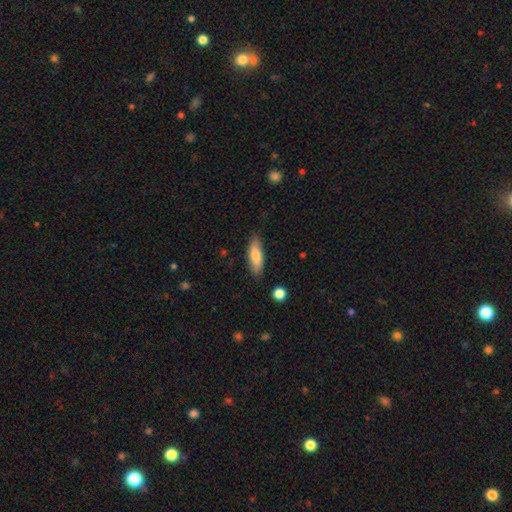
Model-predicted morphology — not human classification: The model was most divided on "how rounded": in between: 65%, cigar-shaped: 33%, round: 2%. More confident: merging — none (83%); smooth or featured — smooth (78%).